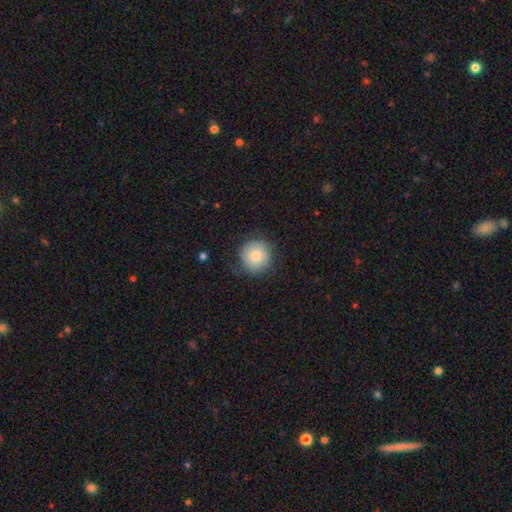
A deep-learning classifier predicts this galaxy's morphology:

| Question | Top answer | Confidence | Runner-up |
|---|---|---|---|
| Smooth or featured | smooth | 75% | featured or disk (17%) |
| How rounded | round | 93% | in between (6%) |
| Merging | none | 73% | minor disturbance (19%) |